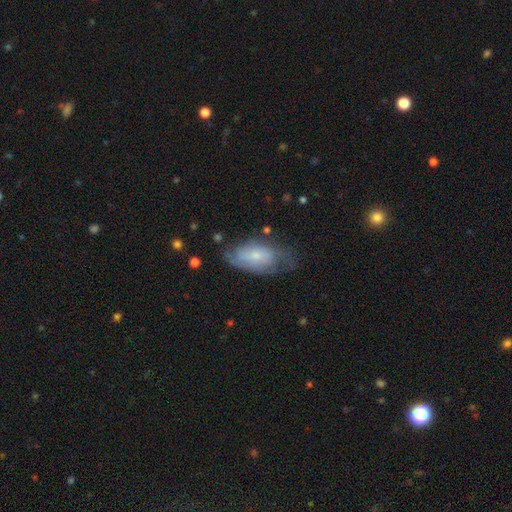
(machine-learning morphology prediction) A featured or disk galaxy (47%). Merging: none (49%).